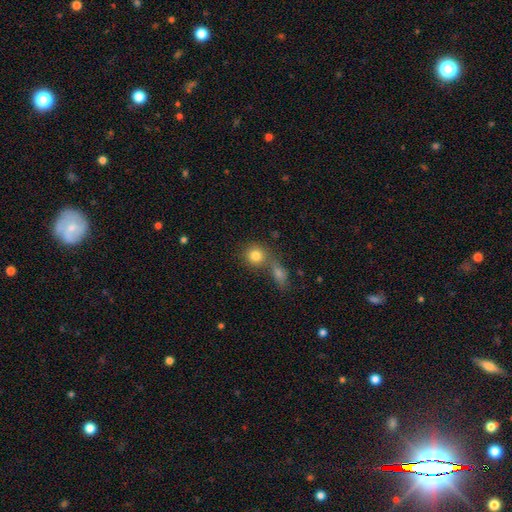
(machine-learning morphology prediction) smooth-or-featured: smooth: 82% | star or artifact: 10% | featured or disk: 8%
  how-rounded: round: 83% | in between: 15% | cigar-shaped: 1%
  merging: none: 52% | merger: 35% | minor disturbance: 8% | major disturbance: 4%